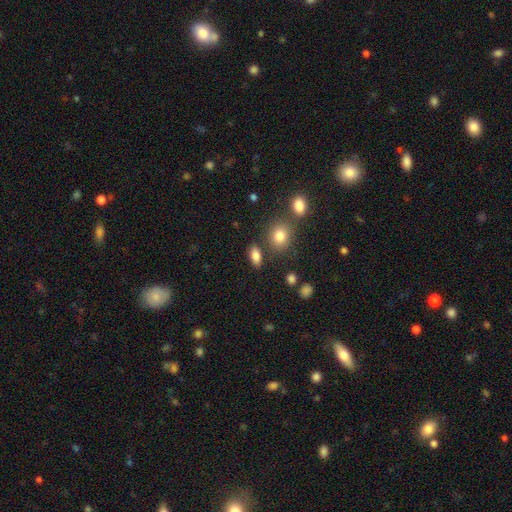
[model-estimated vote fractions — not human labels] This appears to be a smooth galaxy with no disk features (83%) that is in between round and cigar-shaped (82%). Merging: none (79%).